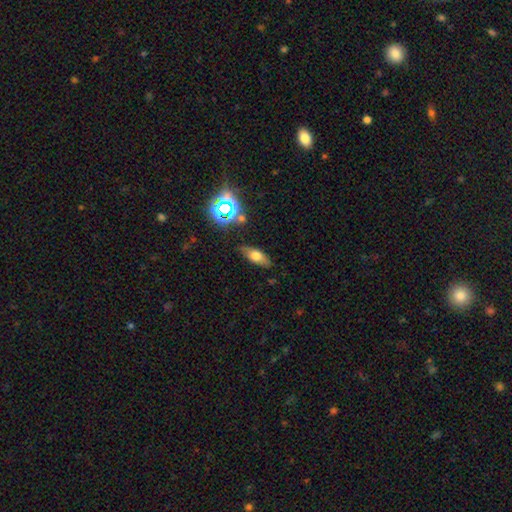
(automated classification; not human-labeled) Smooth or featured: smooth — 60% (featured or disk — 25%)
How rounded: in between — 72% (cigar-shaped — 22%)
Merging: none — 82% (minor disturbance — 12%)